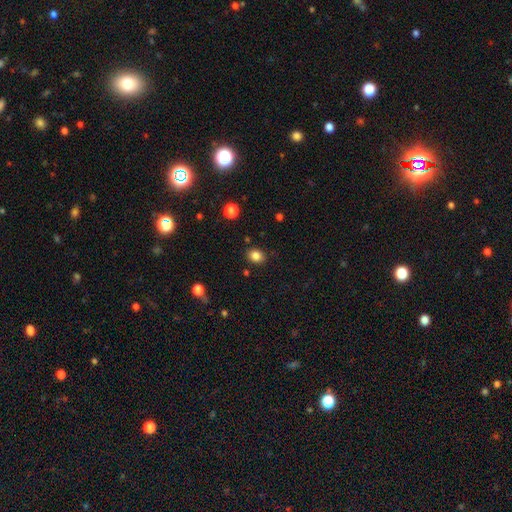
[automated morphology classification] Smooth or featured?
  - smooth: 83% *
  - star or artifact: 11%
  - featured or disk: 6%
How rounded?
  - in between: 50% *
  - round: 49%
  - cigar-shaped: 1%
Merging?
  - none: 85% *
  - minor disturbance: 10%
  - major disturbance: 3%
  - merger: 2%